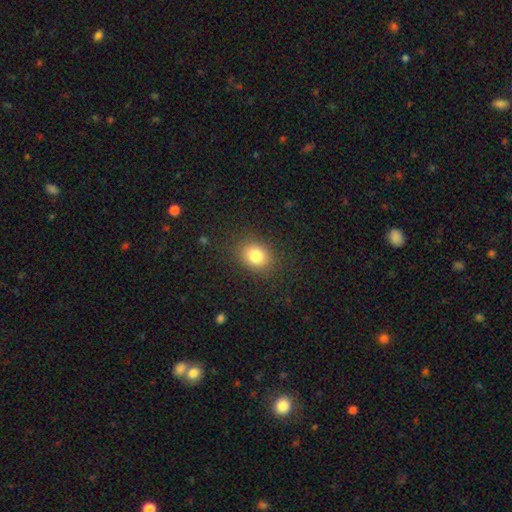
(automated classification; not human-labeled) Smooth or featured?
  - smooth: 81% *
  - star or artifact: 11%
  - featured or disk: 8%
How rounded?
  - round: 52% *
  - in between: 47%
  - cigar-shaped: 1%
Merging?
  - none: 86% *
  - minor disturbance: 9%
  - major disturbance: 4%
  - merger: 1%